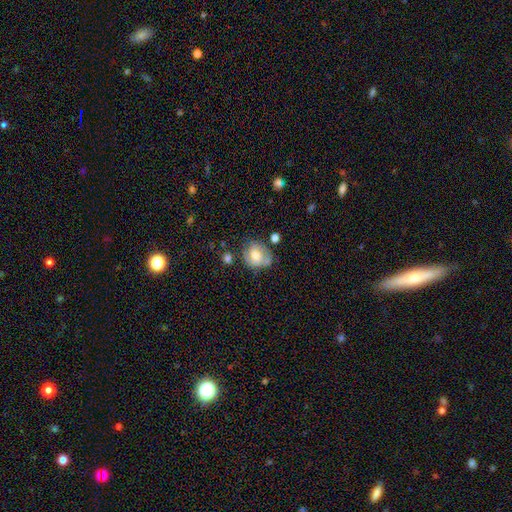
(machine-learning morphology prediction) type=smooth (57%); roundness=round (63%); merging=none (50%).